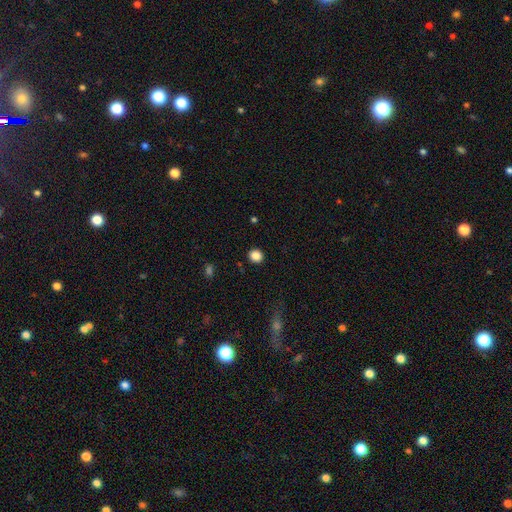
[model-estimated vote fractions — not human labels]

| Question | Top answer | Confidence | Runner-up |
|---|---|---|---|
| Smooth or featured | smooth | 86% | star or artifact (10%) |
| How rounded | round | 87% | in between (12%) |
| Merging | none | 91% | minor disturbance (6%) |